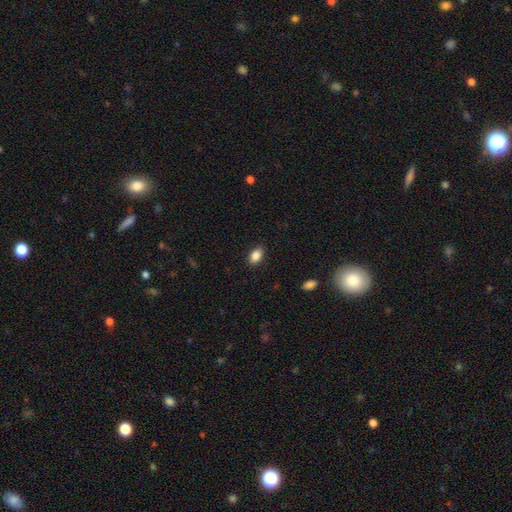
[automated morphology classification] smooth_or_featured: smooth (p=0.88) [alt: star or artifact p=0.08]
how_rounded: in between (p=0.87) [alt: round p=0.12]
merging: none (p=0.89) [alt: minor disturbance p=0.08]